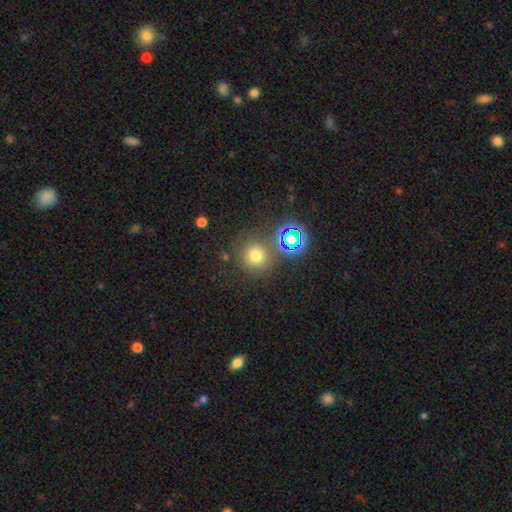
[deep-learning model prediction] Overall: smooth (68%). How rounded: round (92%). Merging: none (73%).